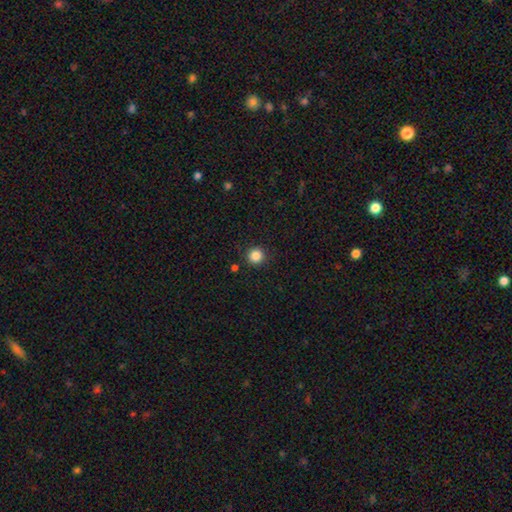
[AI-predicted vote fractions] A smooth galaxy with no disk features (86%) that is round (95%).

Vote fractions:
- Smooth or featured? smooth: 86% / star or artifact: 11% / featured or disk: 3%
- How rounded? round: 95% / in between: 5% / cigar-shaped: 1%
- Merging? none: 90% / minor disturbance: 6% / major disturbance: 2% / merger: 2%